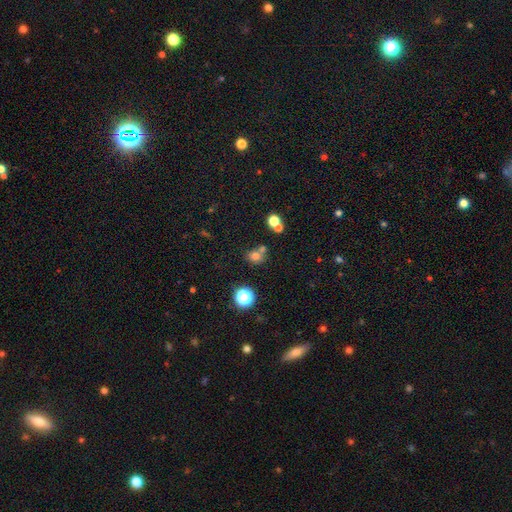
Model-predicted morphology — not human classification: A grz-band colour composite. It shows a smooth galaxy with no disk features (72%) that is round (74%). Merging: none (58%).